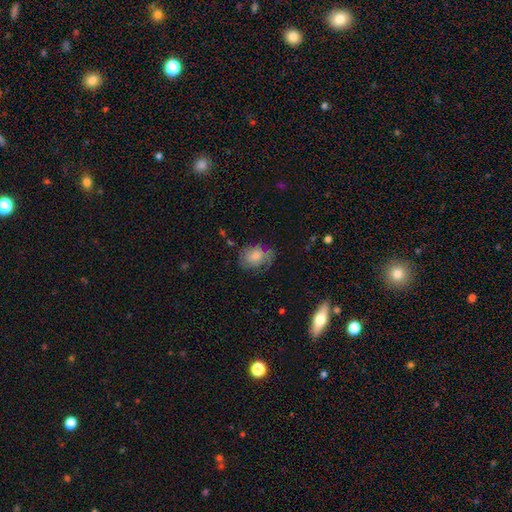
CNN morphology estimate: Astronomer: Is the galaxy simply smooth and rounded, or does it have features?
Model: smooth — 50% (runner-up: featured or disk, 38%).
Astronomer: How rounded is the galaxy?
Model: in between — 62%.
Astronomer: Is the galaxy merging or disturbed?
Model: none — 64%.